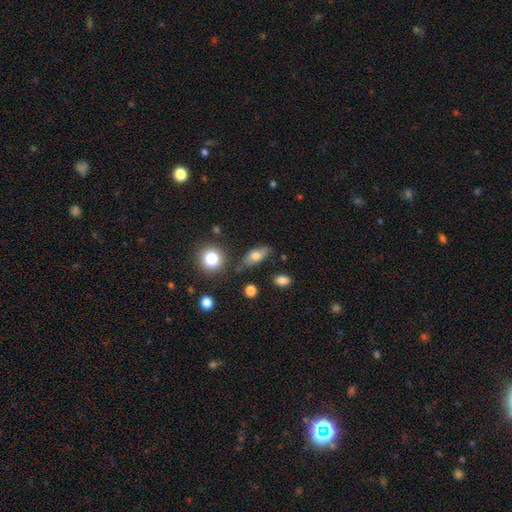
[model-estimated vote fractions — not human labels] smooth 70%, featured or disk 21%, star or artifact 9%. Down the decision tree: how rounded — in between (77%); merging — none (75%).